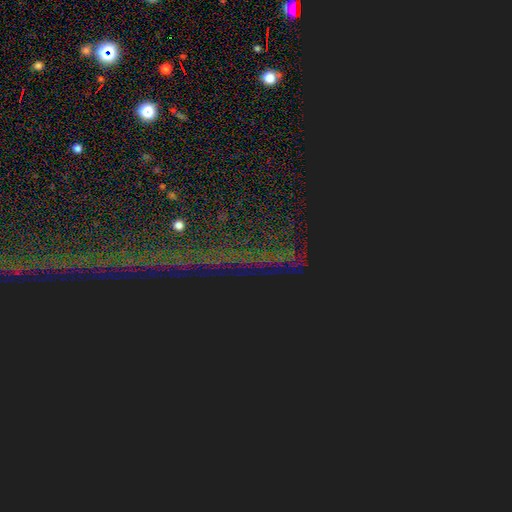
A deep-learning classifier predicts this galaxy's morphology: type=star or artifact (88%).